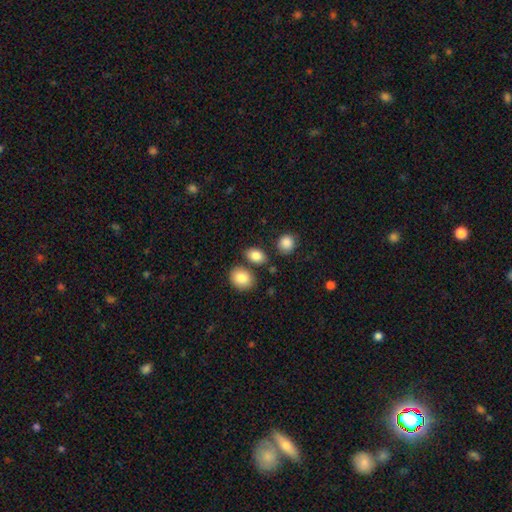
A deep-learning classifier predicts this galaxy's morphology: smooth_or_featured: smooth (p=0.85) [alt: star or artifact p=0.08]
how_rounded: in between (p=0.78) [alt: round p=0.20]
merging: none (p=0.76) [alt: minor disturbance p=0.11]